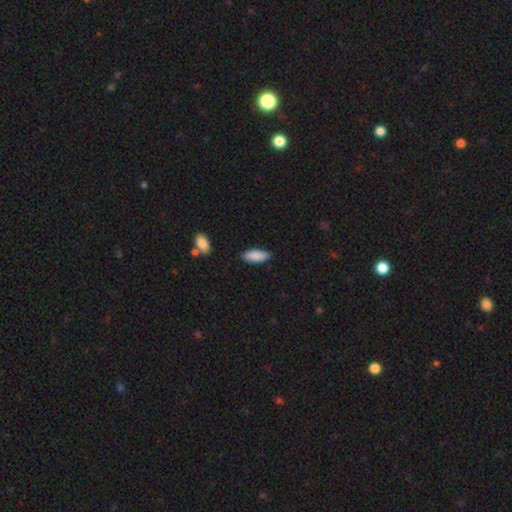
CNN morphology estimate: Smooth or featured? Predicted: smooth (p=0.89). How rounded? Predicted: in between (p=0.76). Merging? Predicted: none (p=0.86).